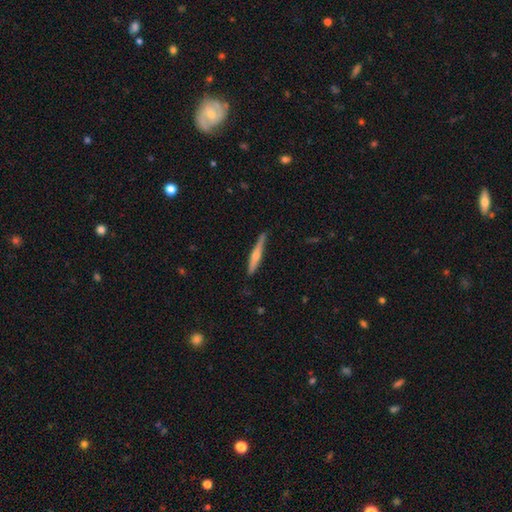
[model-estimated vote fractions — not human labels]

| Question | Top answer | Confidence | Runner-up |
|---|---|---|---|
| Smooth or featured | featured or disk | 54% | smooth (40%) |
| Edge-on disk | yes | 96% | no (4%) |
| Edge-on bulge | rounded | 80% | none (15%) |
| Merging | none | 85% | minor disturbance (12%) |